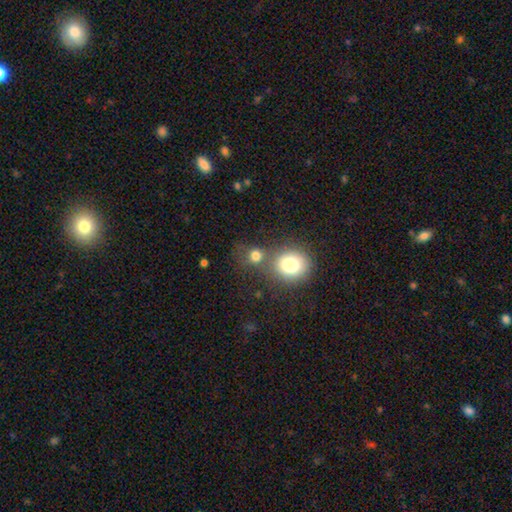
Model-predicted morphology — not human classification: Smooth or featured? Predicted: smooth (p=0.78). How rounded? Predicted: round (p=0.79). Merging? Predicted: none (p=0.48).